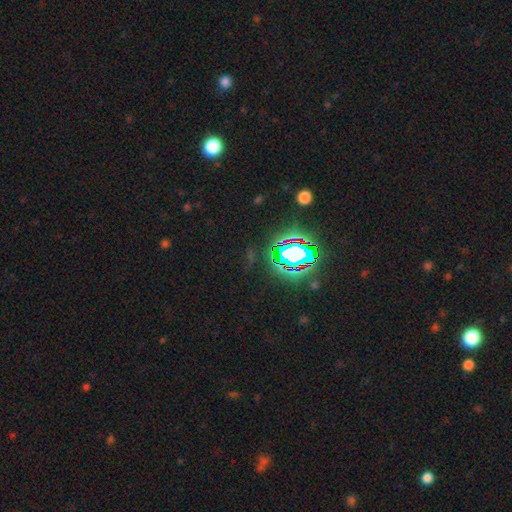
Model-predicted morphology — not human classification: Overall: star or artifact (78%).